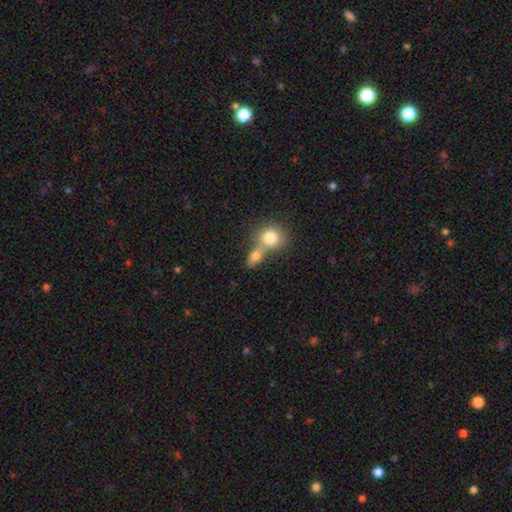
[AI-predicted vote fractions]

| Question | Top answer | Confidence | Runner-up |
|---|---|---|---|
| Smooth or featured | smooth | 78% | featured or disk (12%) |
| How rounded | in between | 58% | round (38%) |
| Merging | merger | 60% | none (29%) |